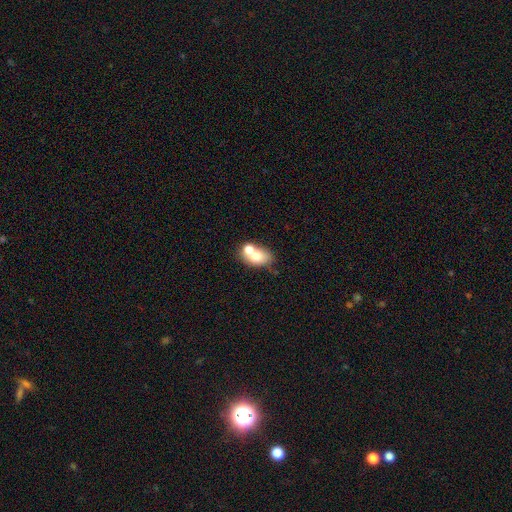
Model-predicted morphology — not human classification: Q: Smooth or featured?
A: smooth (67%); runner-up: featured or disk (22%)
Q: How rounded?
A: in between (67%); runner-up: round (31%)
Q: Merging?
A: merger (50%); runner-up: none (36%)